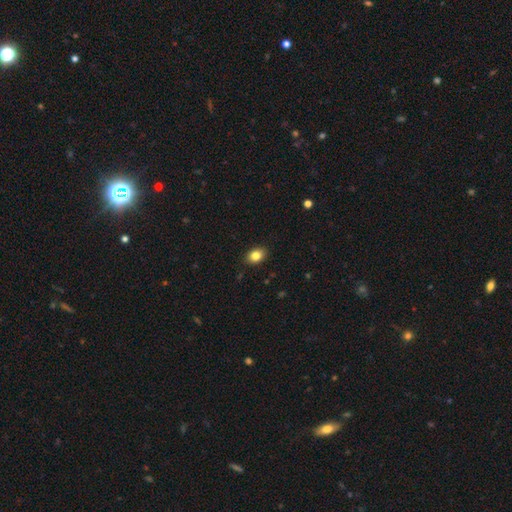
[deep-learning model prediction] A smooth galaxy with no disk features (84%) that is in between round and cigar-shaped (71%). Merging: none (89%).